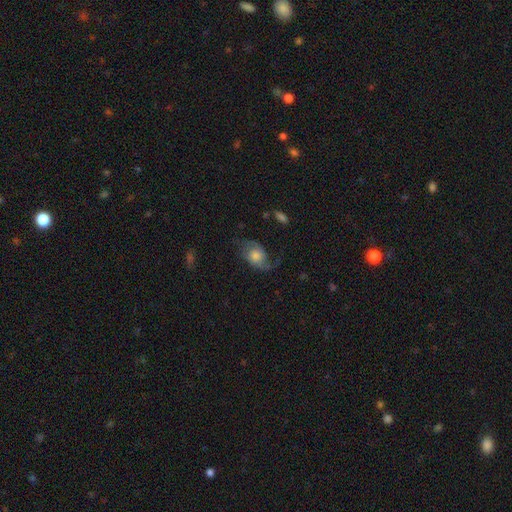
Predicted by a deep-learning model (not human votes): A featured or disk galaxy (69%) with no bar (73%), 2 (86%) loose (52%) spiral arms (92%) and a moderate central bulge (50%).

Vote fractions:
- Smooth or featured? featured or disk: 69% / smooth: 23% / star or artifact: 8%
- Edge-on disk? no: 96% / yes: 4%
- Bar? no: 73% / weak: 23% / strong: 4%
- Spiral arms? yes: 92% / no: 8%
- Spiral winding? loose: 52% / medium: 36% / tight: 12%
- Spiral arm count? 2: 86% / 1: 6% / can't tell: 4% / 3: 1% / 4: 1% / more than 4: 1%
- Bulge size? moderate: 50% / large: 22% / small: 20% / none: 5% / dominant: 4%
- Merging? none: 63% / minor disturbance: 21% / major disturbance: 14% / merger: 2%